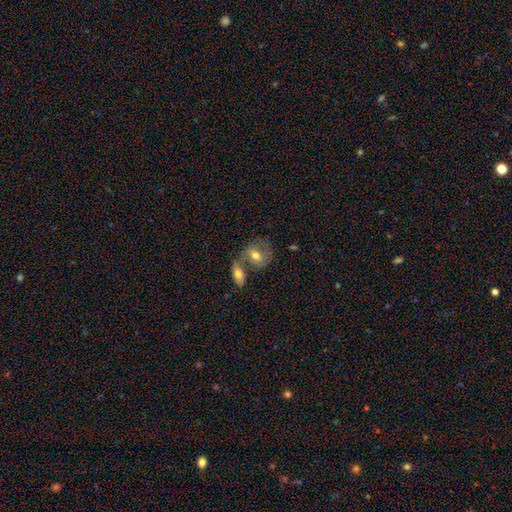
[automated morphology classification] Smooth or featured? smooth (59%)
How rounded? in between (49%)
Merging? merger (42%)